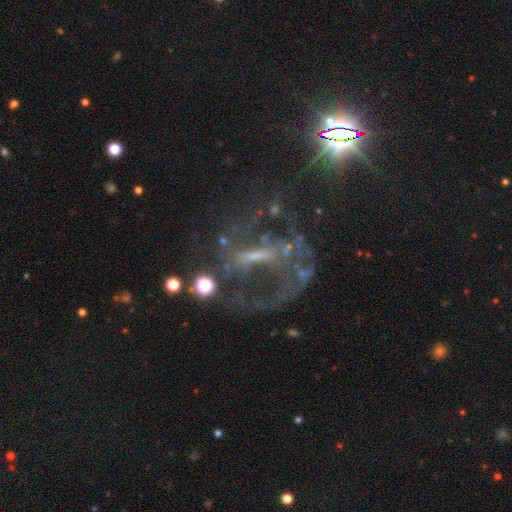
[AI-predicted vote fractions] The model was most divided on "merging": none: 40%, major disturbance: 39%, minor disturbance: 14%, merger: 6%. Remaining: edge-on disk — no (93%); smooth or featured — featured or disk (66%); spiral arms — yes (56%); bulge size — small (38%); bar — strong (38%).